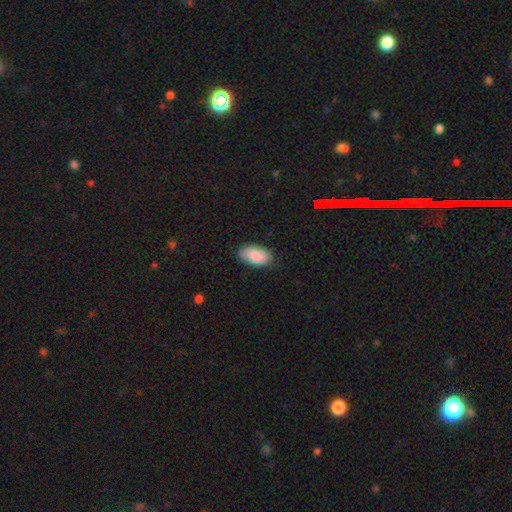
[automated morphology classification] smooth-or-featured: smooth: 84% | featured or disk: 9% | star or artifact: 6%
  how-rounded: in between: 95% | round: 3% | cigar-shaped: 2%
  merging: none: 79% | minor disturbance: 17% | major disturbance: 3% | merger: 1%